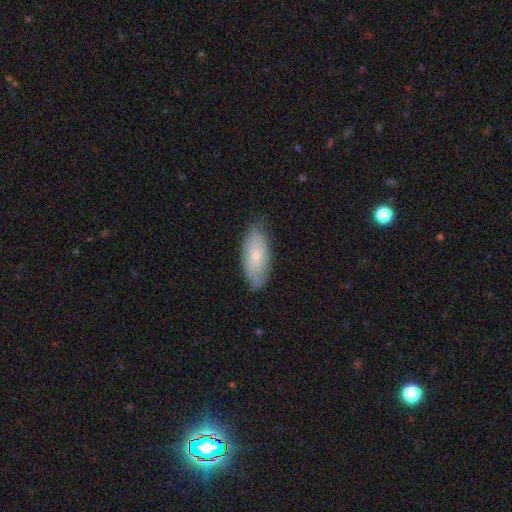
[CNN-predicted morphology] The model was most divided on "smooth or featured": smooth: 69%, featured or disk: 25%, star or artifact: 6%. More confident: how rounded — in between (85%); merging — none (77%).